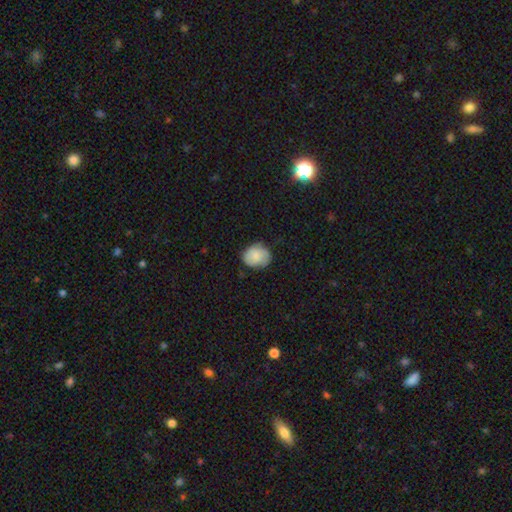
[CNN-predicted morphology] This is likely a smooth galaxy (71%). How rounded: likely round (60%). Merging: likely none (69%).